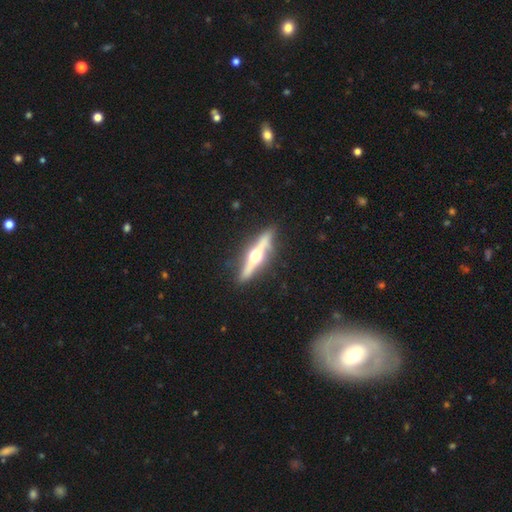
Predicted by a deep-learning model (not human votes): Overall: featured or disk (76%). Edge-on disk: yes (96%). Edge-on bulge: rounded (95%). Merging: none (87%).